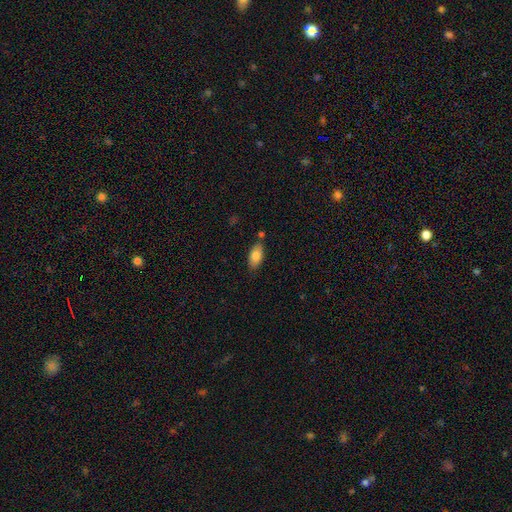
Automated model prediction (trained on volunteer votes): A smooth galaxy with no disk features (83%) that is in between round and cigar-shaped (92%).

Vote fractions:
- Smooth or featured? smooth: 83% / featured or disk: 10% / star or artifact: 7%
- How rounded? in between: 92% / cigar-shaped: 6% / round: 3%
- Merging? none: 75% / minor disturbance: 15% / merger: 7% / major disturbance: 3%